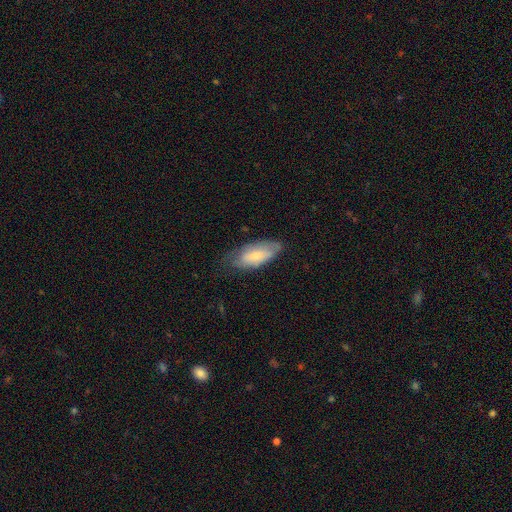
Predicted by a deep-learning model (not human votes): Smooth or featured? smooth (67%)
How rounded? in between (85%)
Merging? none (60%)